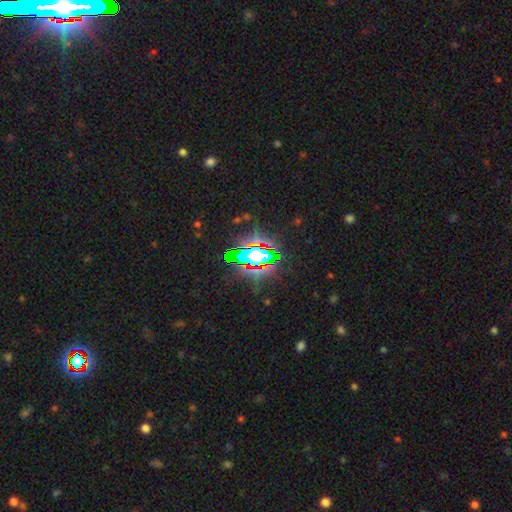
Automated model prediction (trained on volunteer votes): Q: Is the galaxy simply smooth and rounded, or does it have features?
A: star or artifact — 67%.